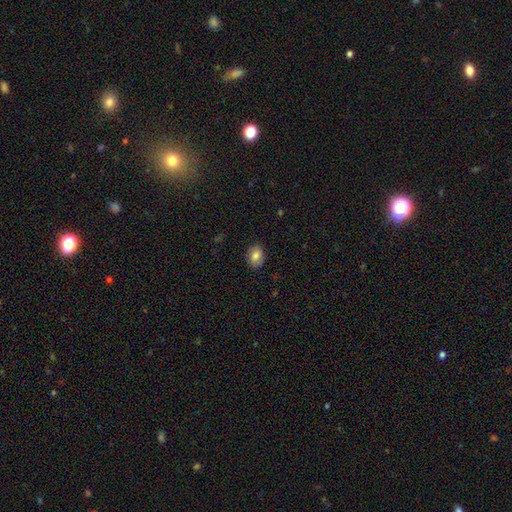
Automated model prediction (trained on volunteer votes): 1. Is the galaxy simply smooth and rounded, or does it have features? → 81% smooth, 11% featured or disk, 8% star or artifact.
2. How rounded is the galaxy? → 71% in between, 27% round, 1% cigar-shaped.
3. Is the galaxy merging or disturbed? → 87% none, 10% minor disturbance, 2% major disturbance, 1% merger.